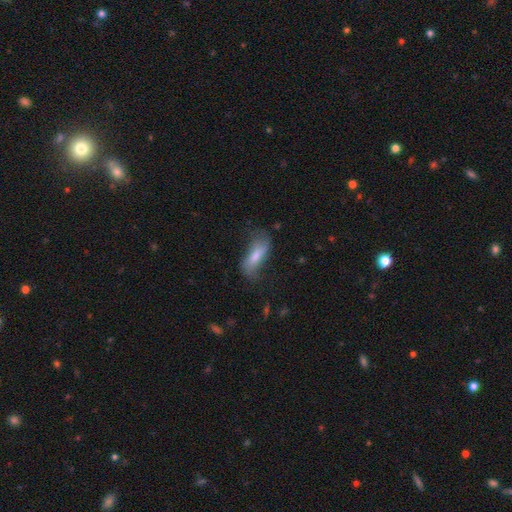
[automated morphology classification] A smooth galaxy with no disk features (55%) that is in between round and cigar-shaped (67%). Merging: none (47%).